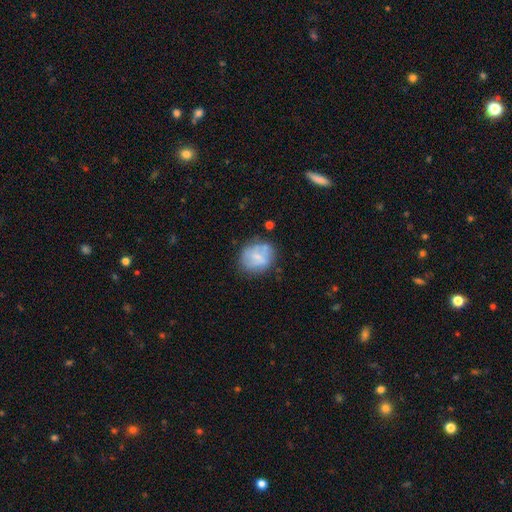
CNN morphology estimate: This is possibly a smooth galaxy (53%). How rounded: likely round (71%). Merging: likely none (63%).